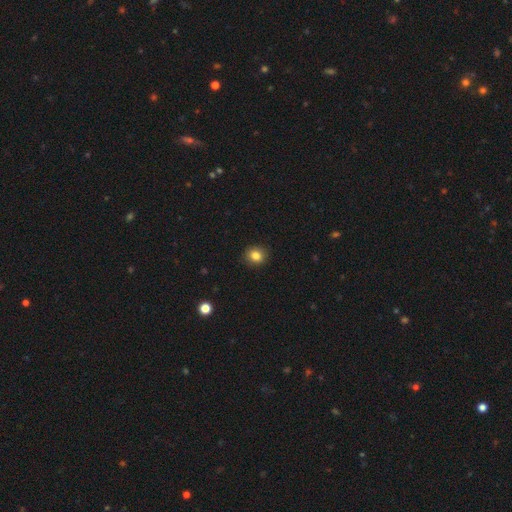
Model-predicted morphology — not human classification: A smooth galaxy with no disk features (84%) that is round (76%).

Vote fractions:
- Smooth or featured? smooth: 84% / star or artifact: 11% / featured or disk: 5%
- How rounded? round: 76% / in between: 23% / cigar-shaped: 1%
- Merging? none: 90% / minor disturbance: 7% / major disturbance: 2% / merger: 1%